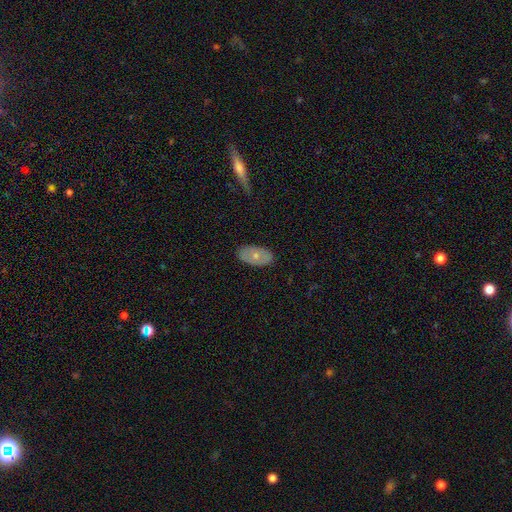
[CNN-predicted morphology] This is possibly a smooth galaxy (56%). How rounded: clearly in between (92%). Merging: clearly none (83%).